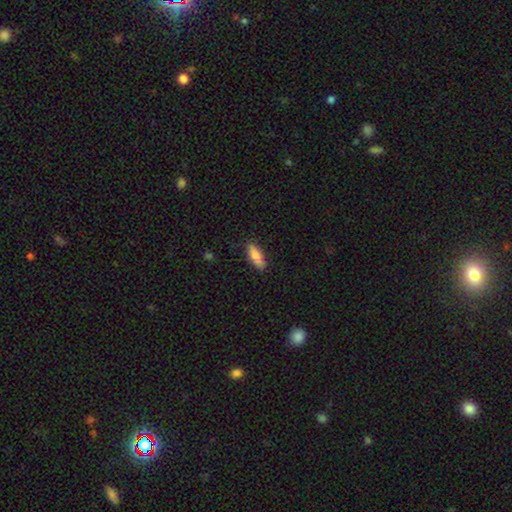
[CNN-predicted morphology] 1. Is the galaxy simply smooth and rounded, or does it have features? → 83% smooth, 11% featured or disk, 6% star or artifact.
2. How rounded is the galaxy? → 52% in between, 46% cigar-shaped, 2% round.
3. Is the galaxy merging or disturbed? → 86% none, 11% minor disturbance, 2% major disturbance, 1% merger.